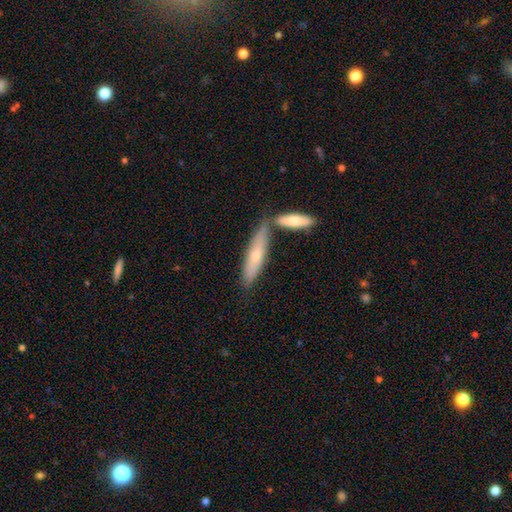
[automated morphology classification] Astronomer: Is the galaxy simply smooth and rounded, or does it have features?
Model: smooth — 61%.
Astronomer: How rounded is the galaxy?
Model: cigar-shaped — 73%.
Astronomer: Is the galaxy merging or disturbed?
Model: none — 58%.